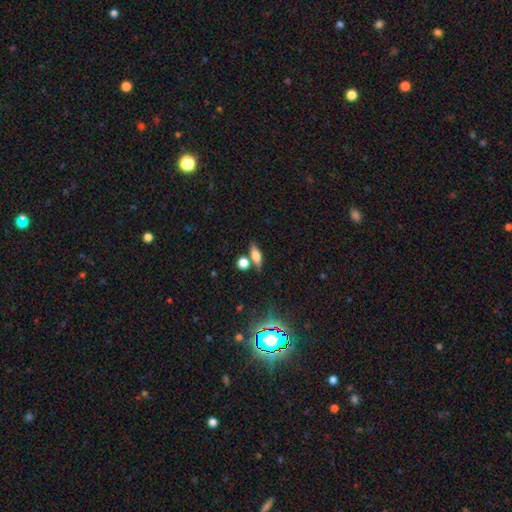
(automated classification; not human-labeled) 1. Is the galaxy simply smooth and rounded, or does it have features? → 57% smooth, 30% featured or disk, 13% star or artifact.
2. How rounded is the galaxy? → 53% in between, 35% cigar-shaped, 12% round.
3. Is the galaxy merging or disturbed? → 66% none, 15% merger, 14% minor disturbance, 5% major disturbance.